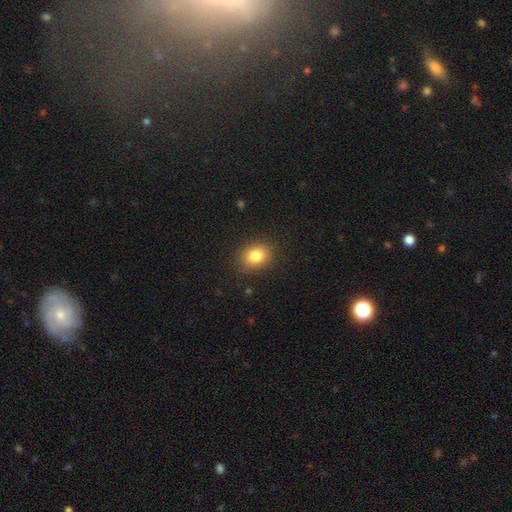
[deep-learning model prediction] smooth-or-featured: smooth: 83% | star or artifact: 10% | featured or disk: 8%
  how-rounded: in between: 56% | round: 43% | cigar-shaped: 1%
  merging: none: 87% | minor disturbance: 9% | major disturbance: 3% | merger: 1%